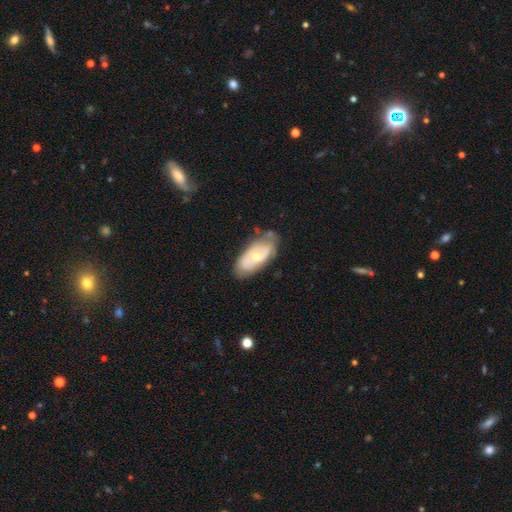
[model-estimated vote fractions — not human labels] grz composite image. It shows a featured or disk galaxy (57%) with no bar (68%), spiral arms (60%) and a moderate central bulge (58%). Merging: none (65%).